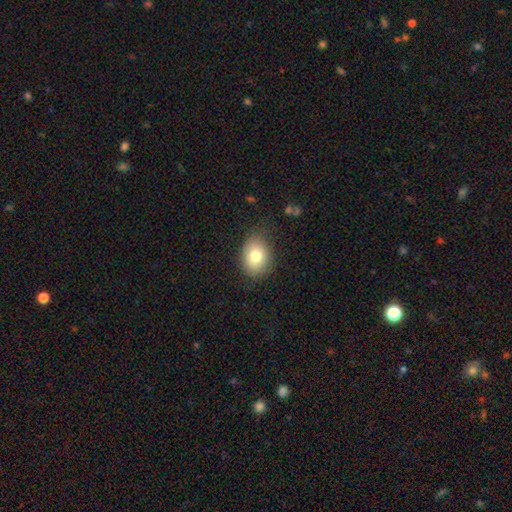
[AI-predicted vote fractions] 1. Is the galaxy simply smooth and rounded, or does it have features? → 79% smooth, 13% featured or disk, 9% star or artifact.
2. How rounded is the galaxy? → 69% in between, 30% round, 1% cigar-shaped.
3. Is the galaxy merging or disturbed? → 78% none, 17% minor disturbance, 4% major disturbance, 1% merger.